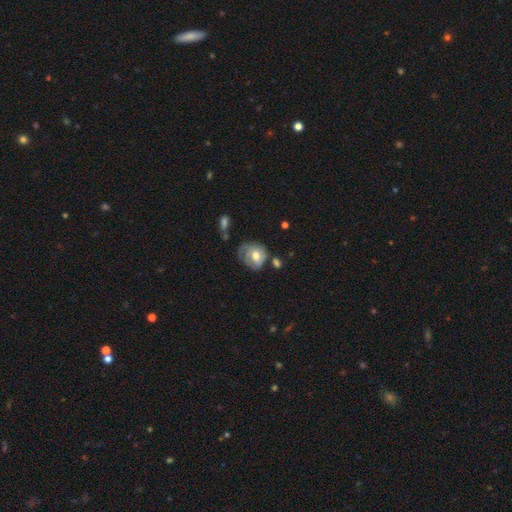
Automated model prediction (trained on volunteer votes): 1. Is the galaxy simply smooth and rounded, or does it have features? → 52% featured or disk, 41% smooth, 7% star or artifact.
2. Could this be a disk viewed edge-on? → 96% no, 4% yes.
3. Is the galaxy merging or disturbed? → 42% none, 29% minor disturbance, 22% major disturbance, 8% merger.